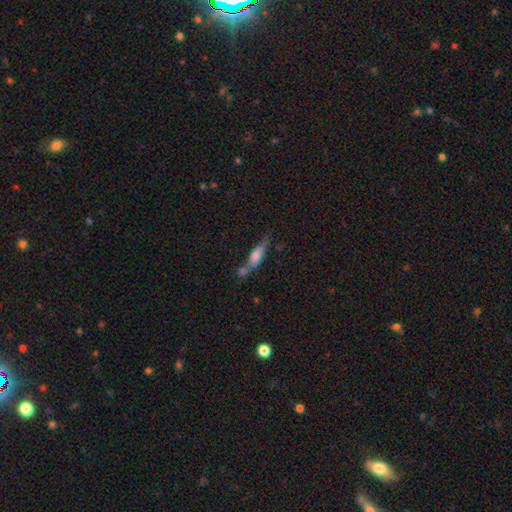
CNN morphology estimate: Smooth or featured: smooth — 59% (featured or disk — 33%)
How rounded: cigar-shaped — 61% (in between — 35%)
Merging: none — 40% (merger — 34%)